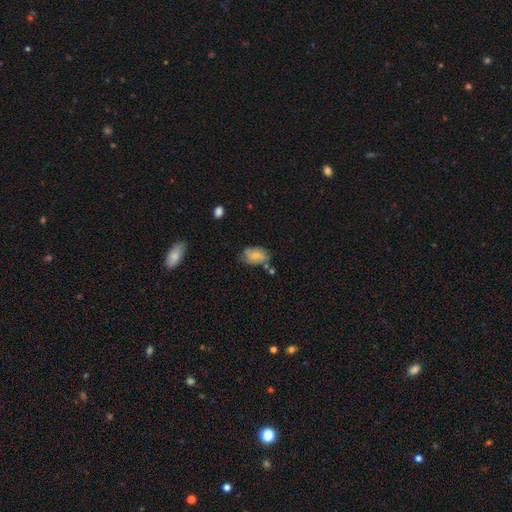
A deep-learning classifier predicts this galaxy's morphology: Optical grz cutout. It shows a smooth galaxy with no disk features (63%) that is in between round and cigar-shaped (87%). Merging: none (61%).